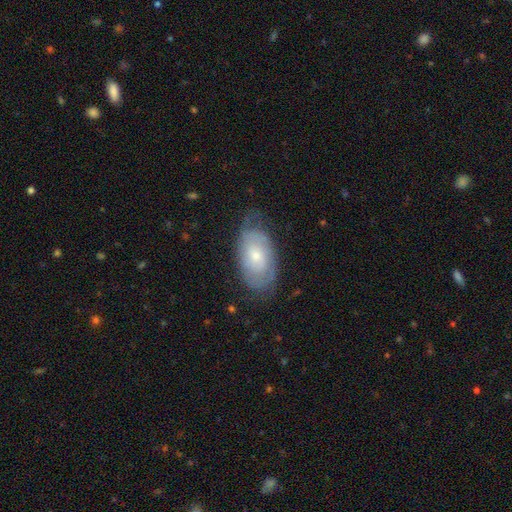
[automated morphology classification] A featured or disk galaxy (54%) with no bar (75%), spiral arms (72%) and a small central bulge (51%).

Vote fractions:
- Smooth or featured? featured or disk: 54% / smooth: 39% / star or artifact: 7%
- Edge-on disk? no: 92% / yes: 8%
- Bar? no: 75% / weak: 22% / strong: 3%
- Spiral arms? yes: 72% / no: 28%
- Bulge size? small: 51% / moderate: 43% / large: 3% / none: 2% / dominant: 1%
- Merging? none: 63% / minor disturbance: 27% / major disturbance: 8% / merger: 1%